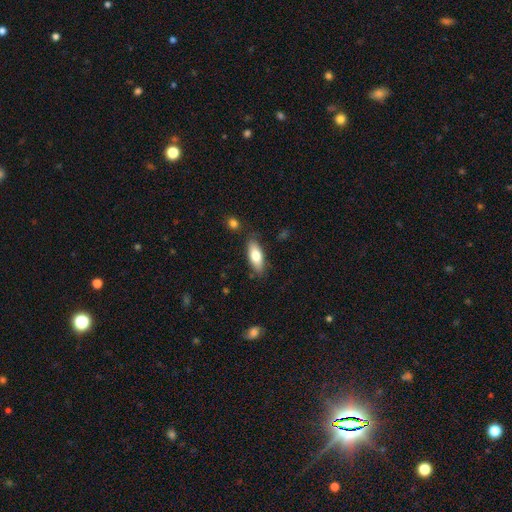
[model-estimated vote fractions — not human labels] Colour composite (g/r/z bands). It shows a smooth galaxy with no disk features (75%) that is in between round and cigar-shaped (74%). Merging: none (81%).